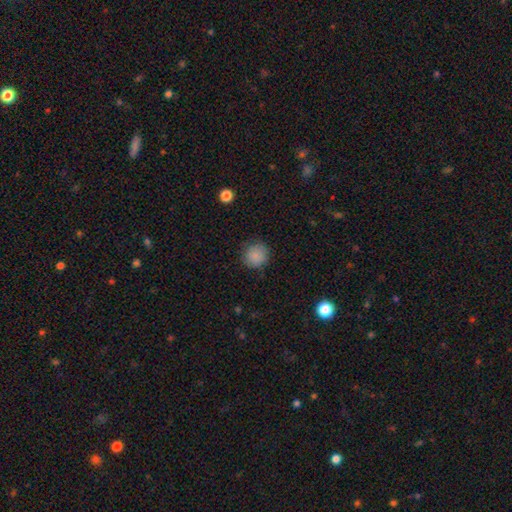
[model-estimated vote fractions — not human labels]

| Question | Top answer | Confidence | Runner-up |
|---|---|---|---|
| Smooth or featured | smooth | 86% | star or artifact (10%) |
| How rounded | round | 91% | in between (8%) |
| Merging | none | 85% | minor disturbance (11%) |